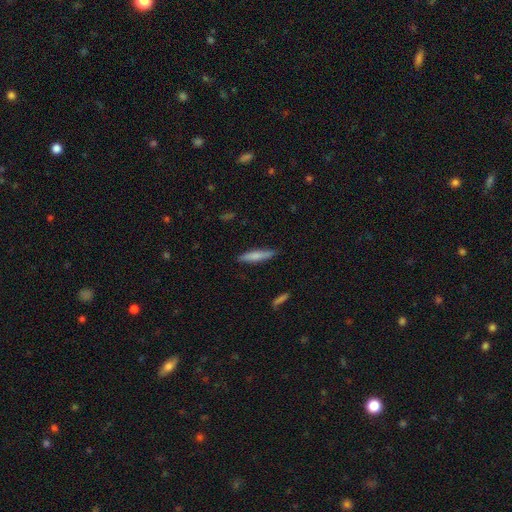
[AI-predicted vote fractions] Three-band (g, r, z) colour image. It shows a smooth galaxy with no disk features (73%) that is cigar-shaped (87%). Merging: none (87%).